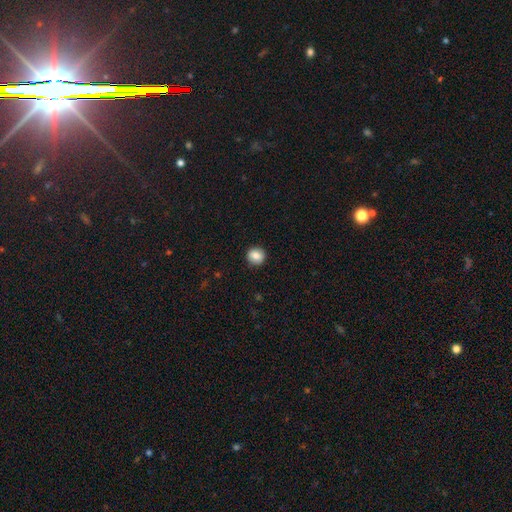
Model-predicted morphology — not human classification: The model was most divided on "smooth or featured": smooth: 84%, star or artifact: 9%, featured or disk: 7%. More confident: merging — none (90%); how rounded — round (89%).